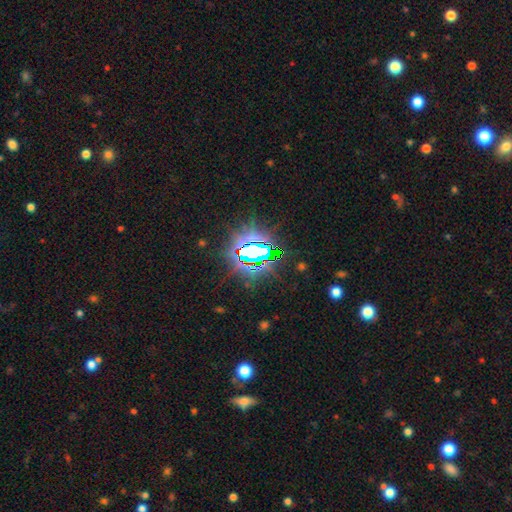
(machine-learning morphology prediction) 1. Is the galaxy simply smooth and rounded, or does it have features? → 84% star or artifact, 9% smooth, 7% featured or disk.